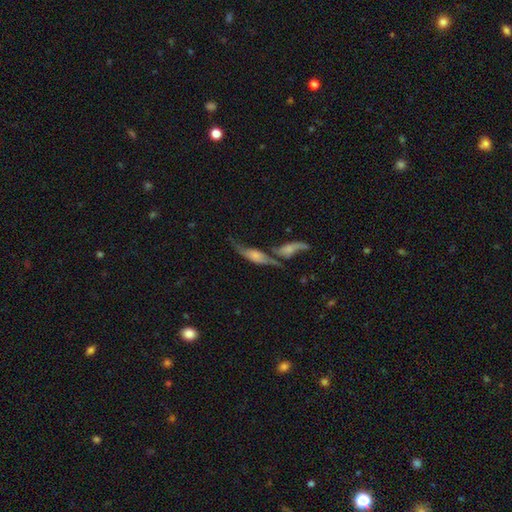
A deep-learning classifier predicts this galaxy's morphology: featured or disk 59%, smooth 33%, star or artifact 8%. Down the decision tree: edge-on disk — yes (53%); merging — merger (47%).